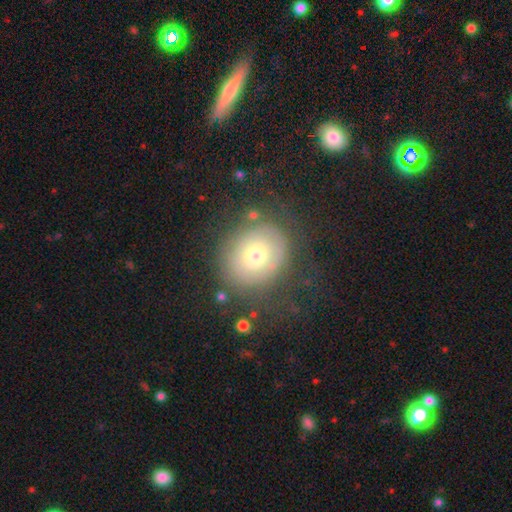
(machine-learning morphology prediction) Smooth or featured?
  - smooth: 55% *
  - featured or disk: 34%
  - star or artifact: 11%
How rounded?
  - round: 68% *
  - in between: 31%
  - cigar-shaped: 1%
Merging?
  - none: 70% *
  - minor disturbance: 16%
  - major disturbance: 11%
  - merger: 3%